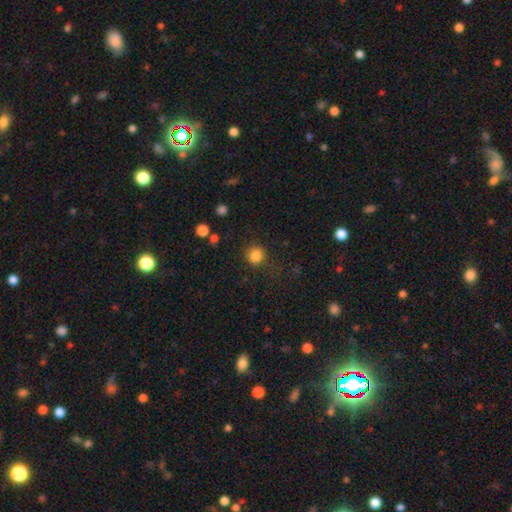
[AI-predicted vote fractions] A smooth galaxy with no disk features (84%) that is round (85%). Merging: none (81%).